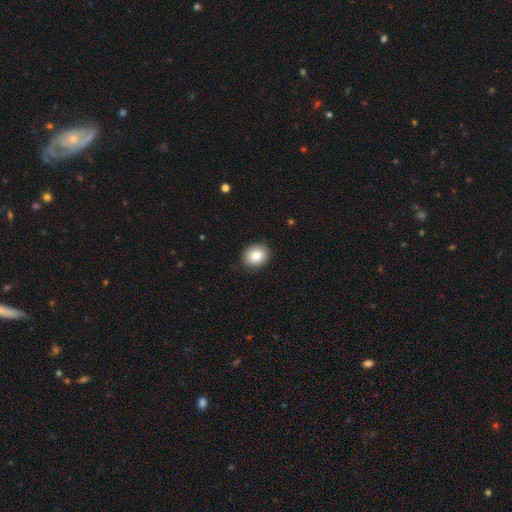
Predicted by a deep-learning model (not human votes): Smooth or featured? Predicted: smooth (p=0.84). How rounded? Predicted: round (p=0.66). Merging? Predicted: none (p=0.89).